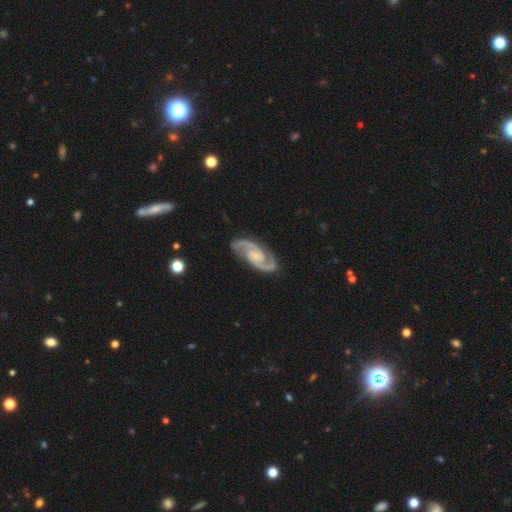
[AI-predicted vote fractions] Overall: featured or disk (93%). Edge-on disk: no (98%). Bar: no (48%; weak 40%). Spiral arms: yes (99%). Spiral arm count: 2 (95%). Spiral winding: medium (60%; tight 28%). Bulge size: small (41%; none 28%). Merging: none (85%).